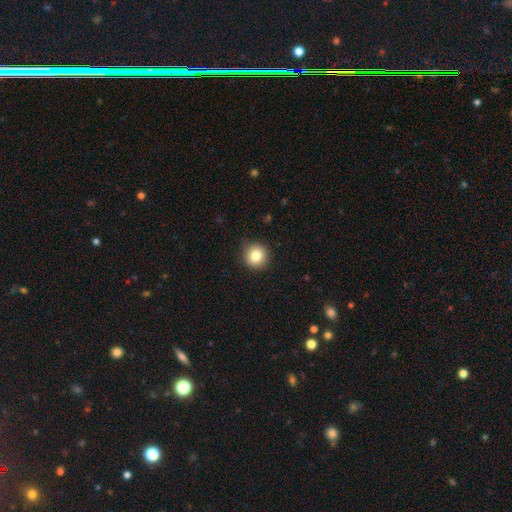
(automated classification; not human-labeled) smooth-or-featured: smooth: 83% | star or artifact: 10% | featured or disk: 7%
  how-rounded: round: 94% | in between: 5% | cigar-shaped: 1%
  merging: none: 87% | minor disturbance: 10% | major disturbance: 2% | merger: 1%